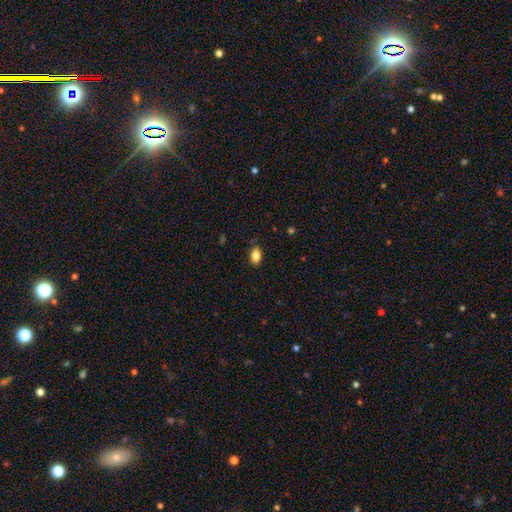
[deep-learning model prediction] Smooth or featured? smooth (83%)
How rounded? in between (89%)
Merging? none (83%)